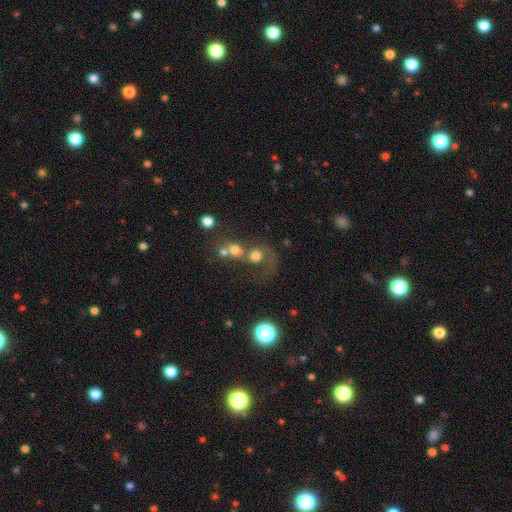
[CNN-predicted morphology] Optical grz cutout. It shows a smooth galaxy with no disk features (57%) that is round (77%). Merging: merger (55%).